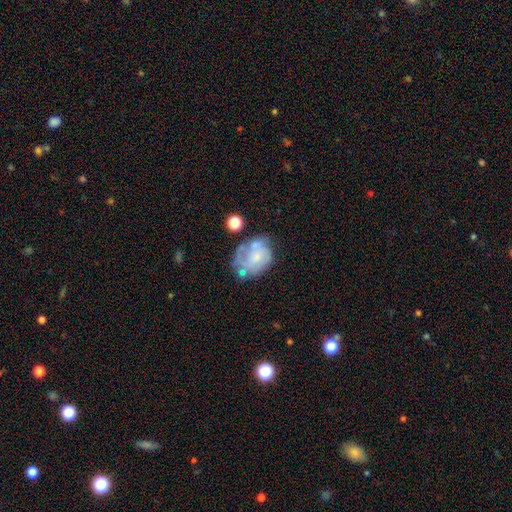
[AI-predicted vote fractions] Smooth or featured?
  - featured or disk: 60% *
  - smooth: 31%
  - star or artifact: 9%
Edge-on disk?
  - no: 98% *
  - yes: 2%
Bar?
  - no: 74% *
  - weak: 22%
  - strong: 3%
Spiral arms?
  - yes: 62% *
  - no: 38%
Bulge size?
  - small: 46% *
  - moderate: 27%
  - none: 23%
  - large: 3%
  - dominant: 1%
Merging?
  - none: 41% *
  - minor disturbance: 27%
  - major disturbance: 20%
  - merger: 12%